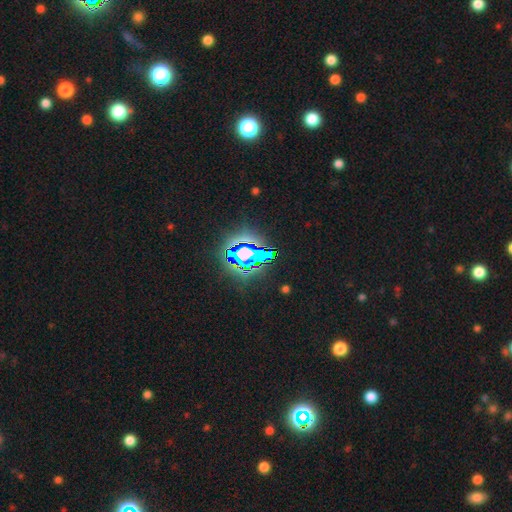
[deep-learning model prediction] A star or artifact, not a galaxy (73%).

Vote fractions:
- Smooth or featured? star or artifact: 73% / smooth: 15% / featured or disk: 13%